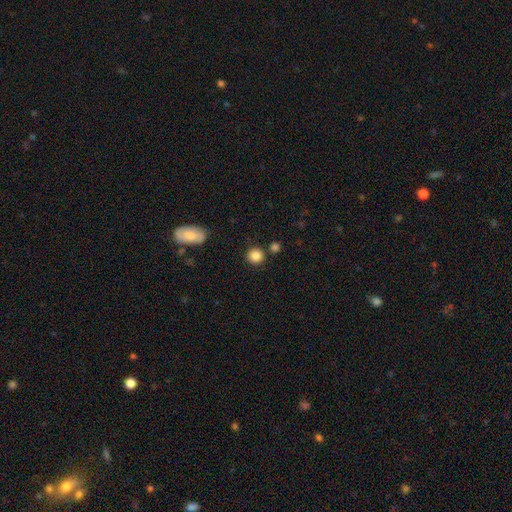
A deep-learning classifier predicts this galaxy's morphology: Smooth or featured: smooth — 85% (star or artifact — 10%)
How rounded: round — 91% (in between — 8%)
Merging: none — 84% (minor disturbance — 8%)